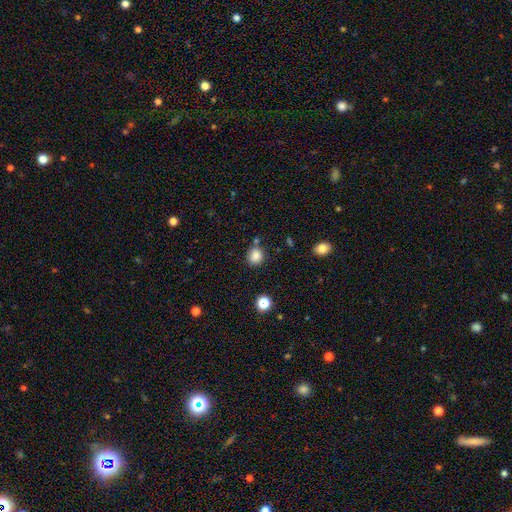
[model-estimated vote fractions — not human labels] Smooth or featured?
  - smooth: 84% *
  - star or artifact: 11%
  - featured or disk: 5%
How rounded?
  - round: 87% *
  - in between: 13%
  - cigar-shaped: 1%
Merging?
  - none: 80% *
  - minor disturbance: 10%
  - merger: 7%
  - major disturbance: 3%